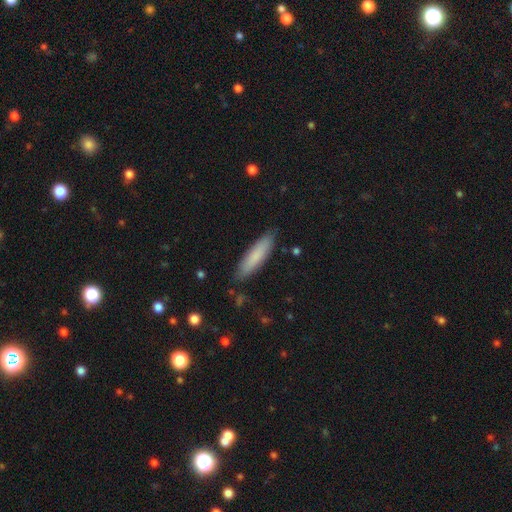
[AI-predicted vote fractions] This appears to be a smooth galaxy with no disk features (81%) that is cigar-shaped (73%). Merging: none (86%).